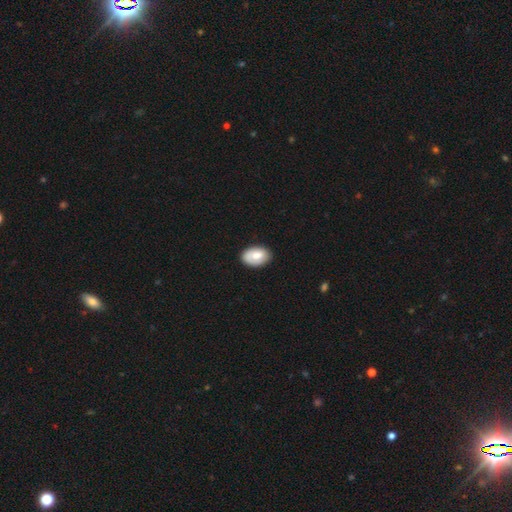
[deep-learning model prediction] Smooth or featured? smooth (75%)
How rounded? in between (89%)
Merging? none (81%)